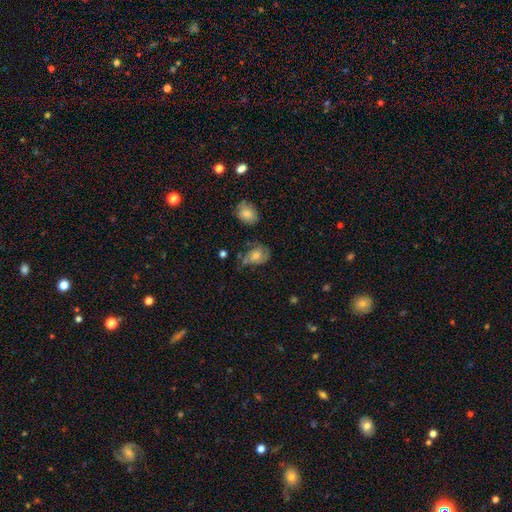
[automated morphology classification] Smooth or featured: featured or disk — 46% (smooth — 44%)
Merging: none — 45% (minor disturbance — 30%)